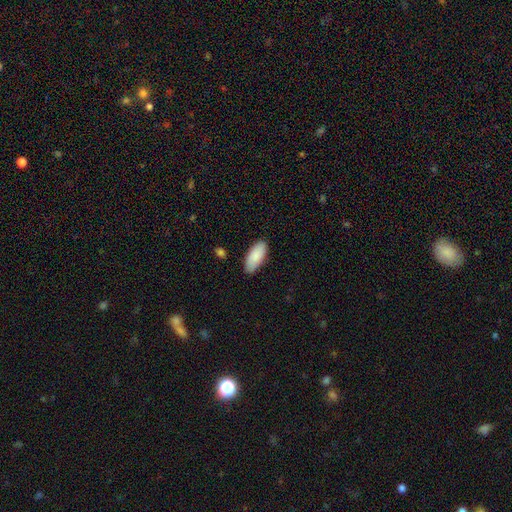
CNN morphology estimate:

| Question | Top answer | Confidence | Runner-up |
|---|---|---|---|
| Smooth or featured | smooth | 88% | featured or disk (6%) |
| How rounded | in between | 88% | cigar-shaped (10%) |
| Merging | none | 84% | minor disturbance (12%) |